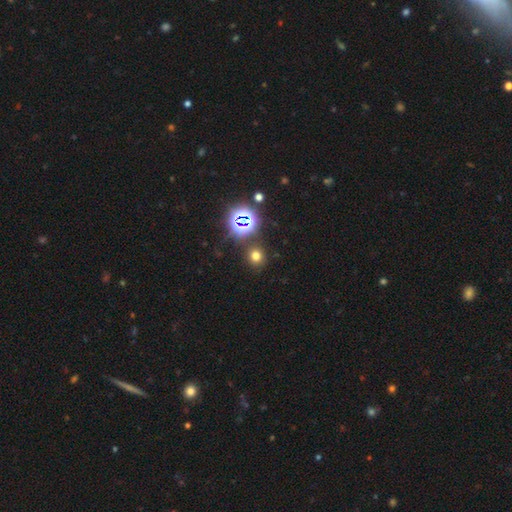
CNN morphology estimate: smooth-or-featured: smooth: 67% | star or artifact: 26% | featured or disk: 7%
  how-rounded: round: 85% | in between: 14% | cigar-shaped: 1%
  merging: none: 85% | minor disturbance: 7% | merger: 4% | major disturbance: 3%